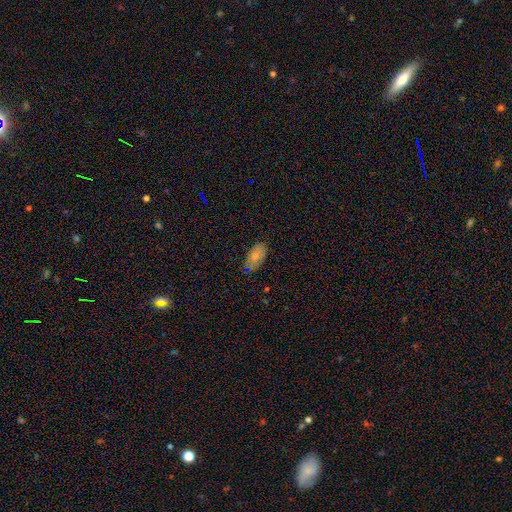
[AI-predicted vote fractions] Smooth or featured?
  - smooth: 73% *
  - featured or disk: 18%
  - star or artifact: 9%
How rounded?
  - in between: 93% *
  - round: 4%
  - cigar-shaped: 3%
Merging?
  - none: 78% *
  - minor disturbance: 17%
  - major disturbance: 3%
  - merger: 2%